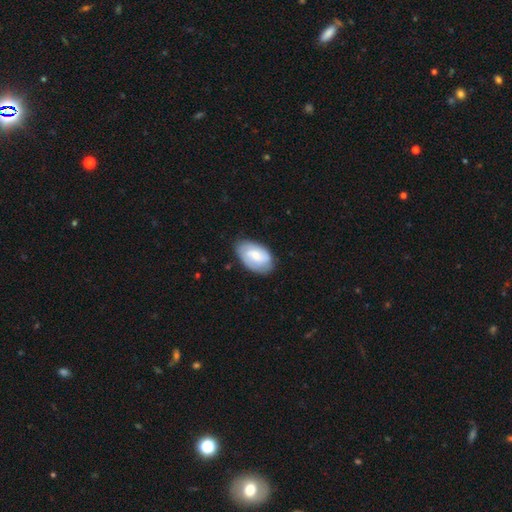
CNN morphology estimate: Smooth or featured? smooth (49%)
Merging? none (75%)